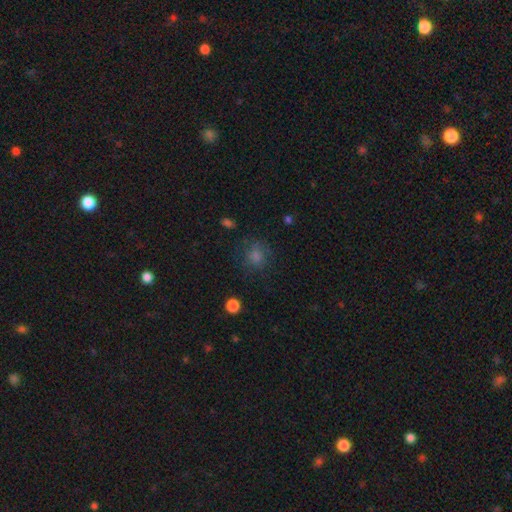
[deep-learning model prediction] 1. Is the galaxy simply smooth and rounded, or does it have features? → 60% smooth, 27% star or artifact, 13% featured or disk.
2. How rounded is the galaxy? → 82% round, 17% in between, 1% cigar-shaped.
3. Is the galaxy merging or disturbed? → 74% none, 15% minor disturbance, 9% major disturbance, 2% merger.